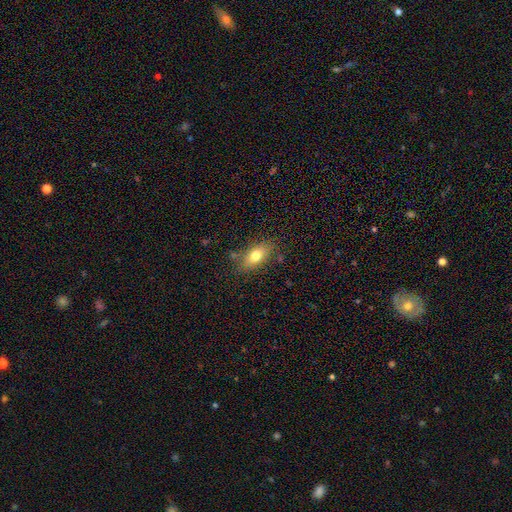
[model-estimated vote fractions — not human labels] Smooth or featured?
  - smooth: 74% *
  - featured or disk: 17%
  - star or artifact: 9%
How rounded?
  - in between: 83% *
  - cigar-shaped: 9%
  - round: 8%
Merging?
  - none: 79% *
  - minor disturbance: 15%
  - major disturbance: 4%
  - merger: 3%